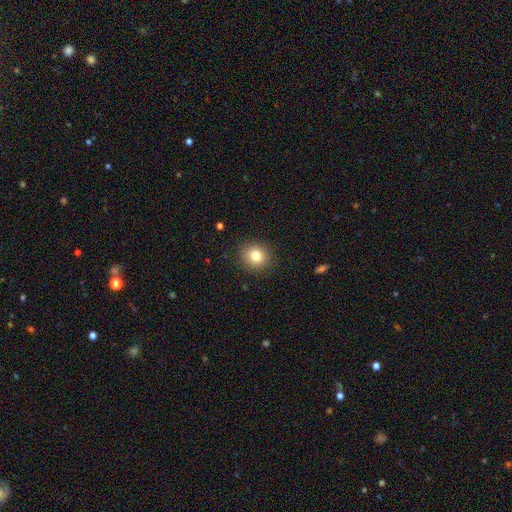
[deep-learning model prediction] Morphology: type=smooth (81%); roundness=round (85%); merging=none (89%).